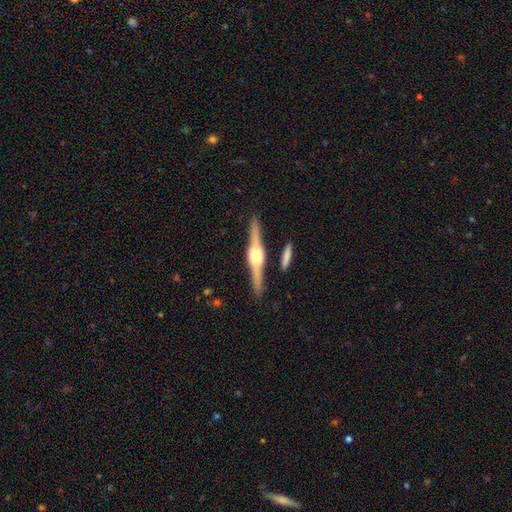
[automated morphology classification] Smooth or featured: featured or disk — 85% (smooth — 10%)
Edge-on disk: yes — 98% (no — 2%)
Edge-on bulge: rounded — 87% (boxy — 11%)
Merging: none — 87% (minor disturbance — 8%)